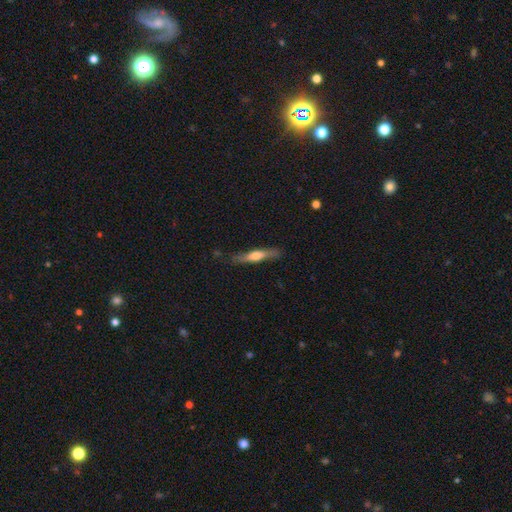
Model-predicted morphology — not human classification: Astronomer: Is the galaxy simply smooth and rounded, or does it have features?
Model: featured or disk — 49% (runner-up: smooth, 45%).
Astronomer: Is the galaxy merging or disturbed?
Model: none — 81%.